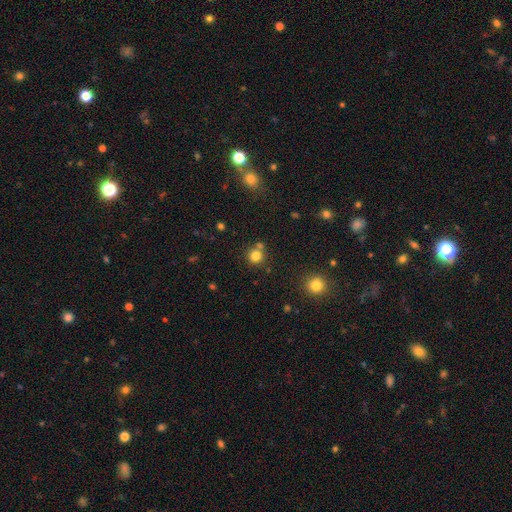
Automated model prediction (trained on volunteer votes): Morphology: type=smooth (80%); roundness=round (92%); merging=none (72%).